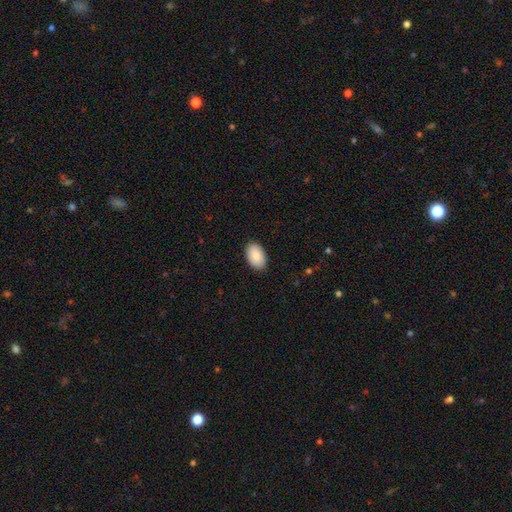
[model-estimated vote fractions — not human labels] Smooth or featured: smooth — 89% (star or artifact — 6%)
How rounded: in between — 94% (round — 5%)
Merging: none — 90% (minor disturbance — 8%)